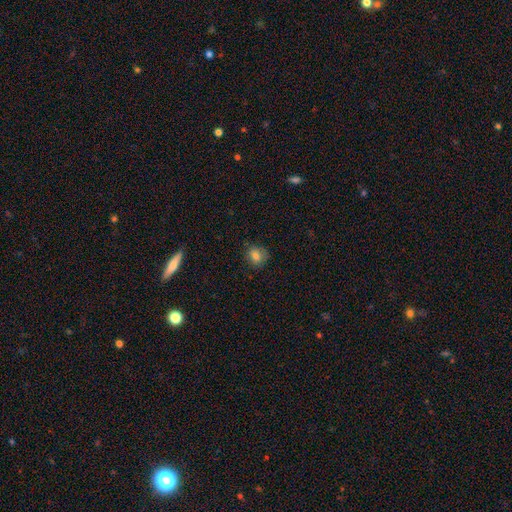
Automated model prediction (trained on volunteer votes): Morphology: type=smooth (78%); roundness=round (78%); merging=none (77%).